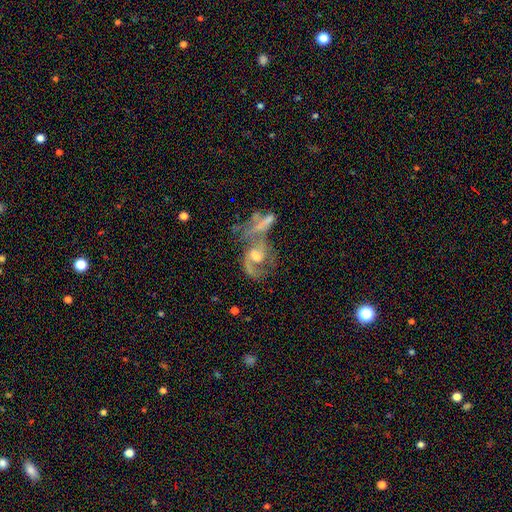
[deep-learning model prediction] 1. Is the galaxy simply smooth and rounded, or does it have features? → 81% featured or disk, 11% smooth, 9% star or artifact.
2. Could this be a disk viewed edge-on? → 96% no, 4% yes.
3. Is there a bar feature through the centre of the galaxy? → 53% no, 36% weak, 11% strong.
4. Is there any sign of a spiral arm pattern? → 89% yes, 11% no.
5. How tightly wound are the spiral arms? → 45% medium, 39% loose, 16% tight.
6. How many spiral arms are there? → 76% 2, 12% 1, 8% can't tell, 2% 3, 1% 4, 1% more than 4.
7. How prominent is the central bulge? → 57% moderate, 24% small, 10% large, 8% none, 2% dominant.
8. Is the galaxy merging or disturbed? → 43% merger, 24% none, 21% major disturbance, 12% minor disturbance.